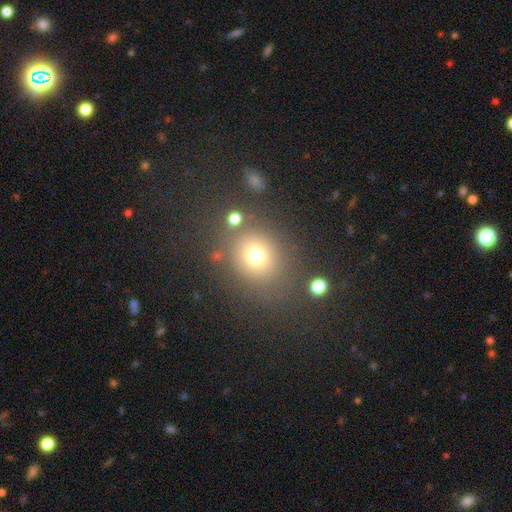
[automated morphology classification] Smooth or featured? smooth (73%)
How rounded? round (78%)
Merging? none (75%)